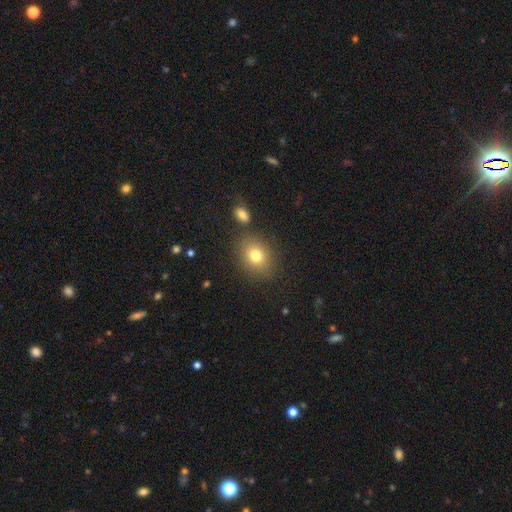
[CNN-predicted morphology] A smooth galaxy with no disk features (77%) that is in between round and cigar-shaped (51%).

Vote fractions:
- Smooth or featured? smooth: 77% / star or artifact: 12% / featured or disk: 11%
- How rounded? in between: 51% / round: 48% / cigar-shaped: 1%
- Merging? none: 80% / minor disturbance: 10% / merger: 6% / major disturbance: 4%